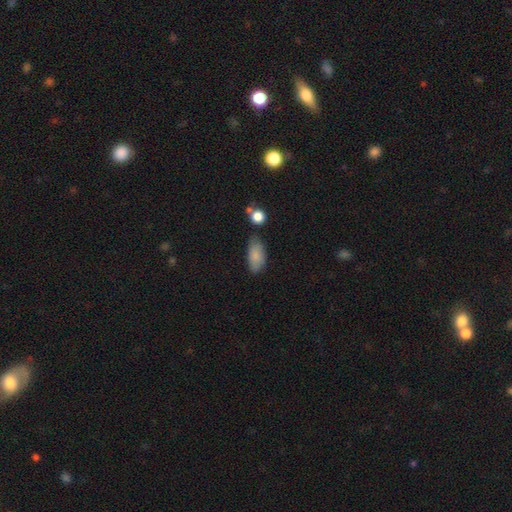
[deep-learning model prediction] Overall: smooth (82%). How rounded: in between (90%). Merging: none (63%; minor disturbance 25%).